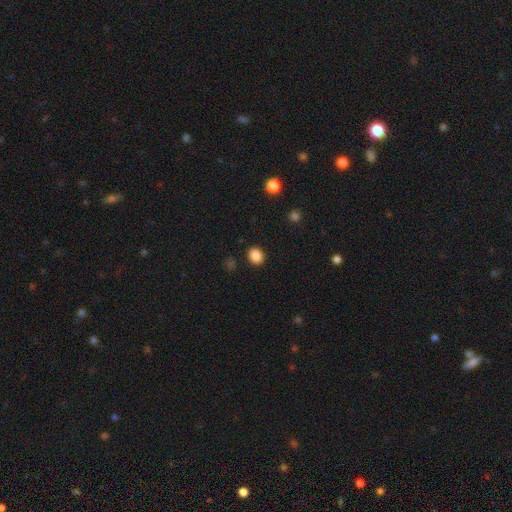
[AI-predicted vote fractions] Smooth or featured? smooth (87%)
How rounded? round (51%)
Merging? none (89%)